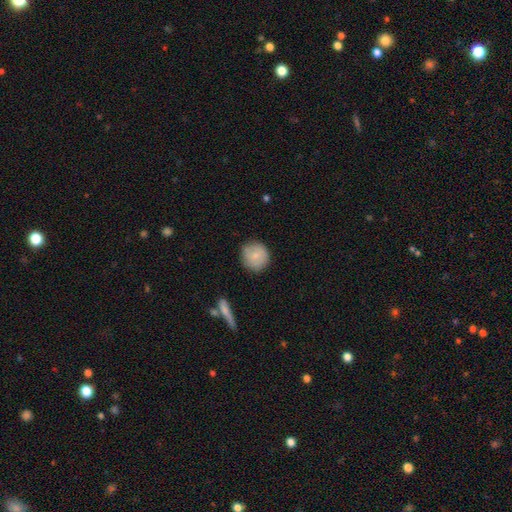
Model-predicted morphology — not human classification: This appears to be a smooth galaxy with no disk features (75%) that is round (93%). Merging: none (82%).